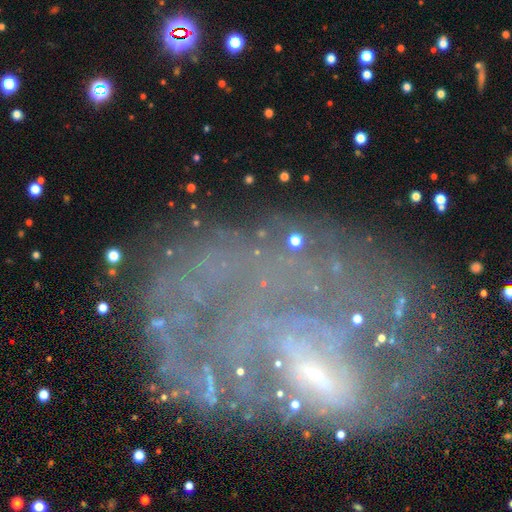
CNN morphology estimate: Smooth or featured? Predicted: featured or disk (p=0.70). Edge-on disk? Predicted: no (p=0.95). Bar? Predicted: no (p=0.47). Spiral arms? Predicted: yes (p=0.55). Bulge size? Predicted: small (p=0.42). Merging? Predicted: none (p=0.46).